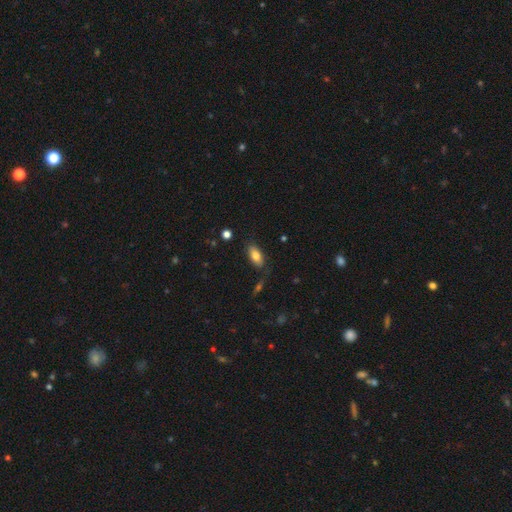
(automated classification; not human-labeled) This is likely a smooth galaxy (79%). How rounded: clearly in between (88%). Merging: likely none (79%).